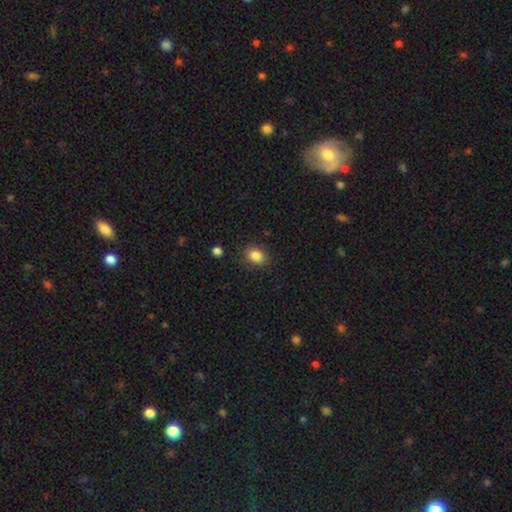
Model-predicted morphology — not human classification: Overall: smooth (85%). How rounded: round (50%; in between 49%). Merging: none (86%).